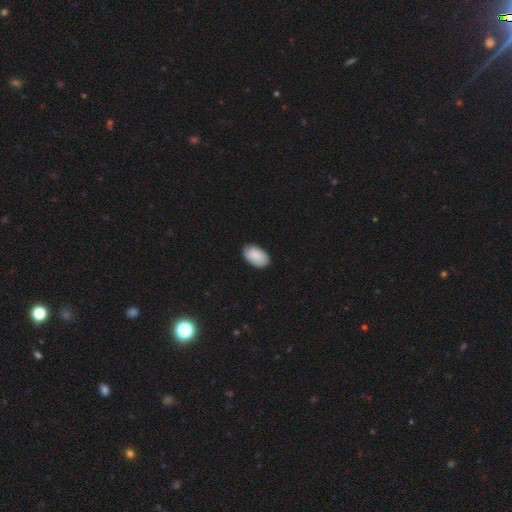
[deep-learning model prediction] Smooth or featured: smooth — 89% (star or artifact — 6%)
How rounded: in between — 94% (round — 5%)
Merging: none — 81% (minor disturbance — 16%)